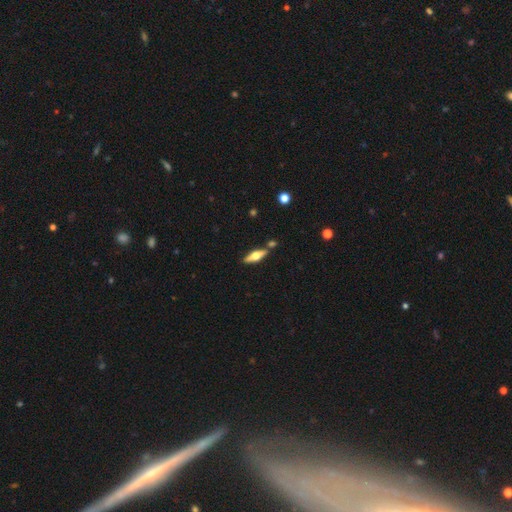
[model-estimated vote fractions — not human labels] Smooth or featured?
  - featured or disk: 55% *
  - smooth: 39%
  - star or artifact: 6%
Edge-on disk?
  - yes: 92% *
  - no: 8%
Edge-on bulge?
  - rounded: 94% *
  - boxy: 4%
  - none: 2%
Merging?
  - none: 80% *
  - minor disturbance: 10%
  - merger: 8%
  - major disturbance: 2%